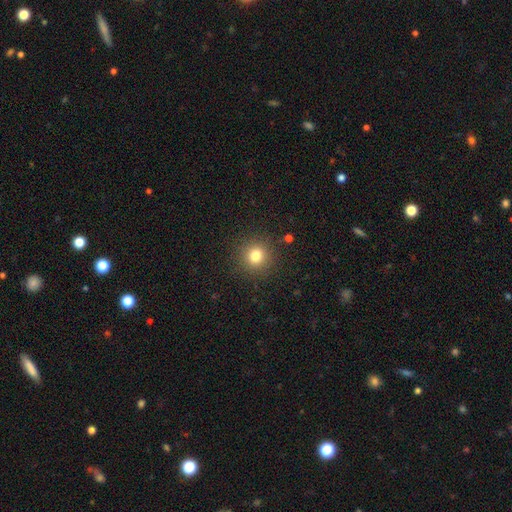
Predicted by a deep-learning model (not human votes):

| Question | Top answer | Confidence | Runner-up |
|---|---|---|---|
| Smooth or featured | smooth | 80% | star or artifact (13%) |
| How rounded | round | 92% | in between (7%) |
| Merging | none | 89% | minor disturbance (6%) |